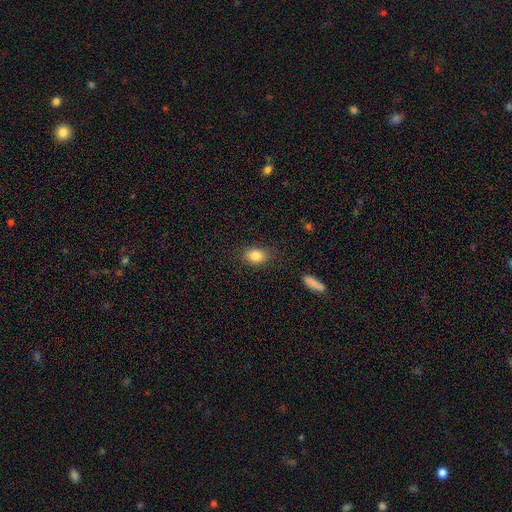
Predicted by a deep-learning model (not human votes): Overall: smooth (83%). How rounded: in between (69%; round 30%). Merging: none (82%).